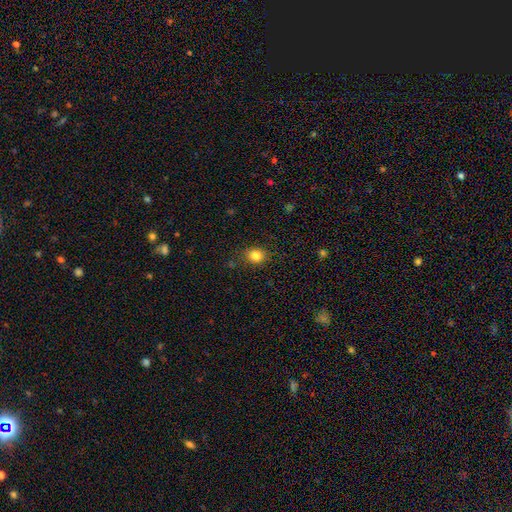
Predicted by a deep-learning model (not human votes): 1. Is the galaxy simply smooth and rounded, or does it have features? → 84% smooth, 11% star or artifact, 5% featured or disk.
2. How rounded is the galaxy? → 70% round, 29% in between, 1% cigar-shaped.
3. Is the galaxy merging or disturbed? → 85% none, 11% minor disturbance, 3% major disturbance, 1% merger.